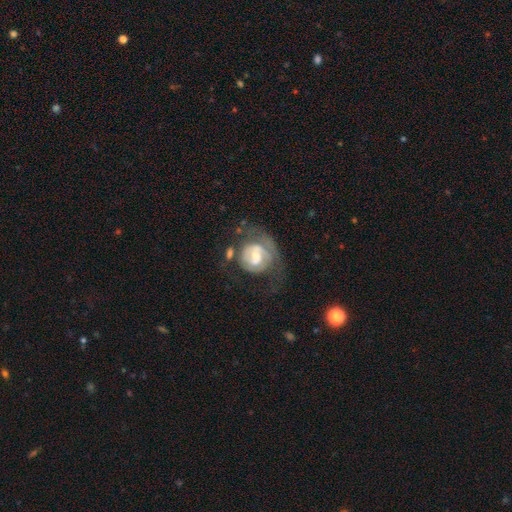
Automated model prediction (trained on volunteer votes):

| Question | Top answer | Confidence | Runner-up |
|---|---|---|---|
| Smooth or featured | featured or disk | 70% | smooth (24%) |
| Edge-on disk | no | 97% | yes (3%) |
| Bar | no | 51% | weak (40%) |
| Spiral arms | yes | 76% | no (24%) |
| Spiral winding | tight | 51% | medium (32%) |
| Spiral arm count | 2 | 40% | can't tell (29%) |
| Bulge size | moderate | 51% | small (37%) |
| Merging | none | 38% | major disturbance (33%) |